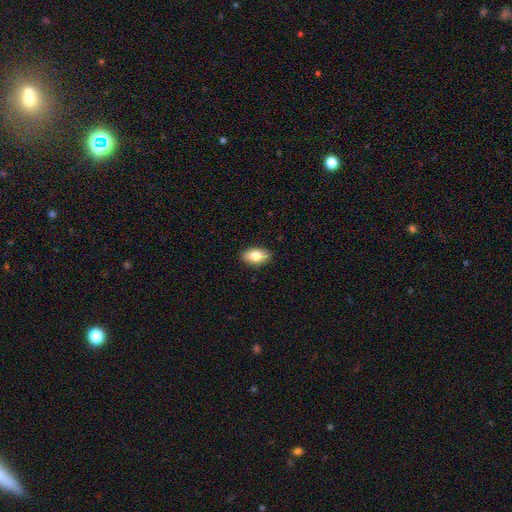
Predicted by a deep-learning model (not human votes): Smooth or featured? Predicted: smooth (p=0.81). How rounded? Predicted: in between (p=0.91). Merging? Predicted: none (p=0.89).